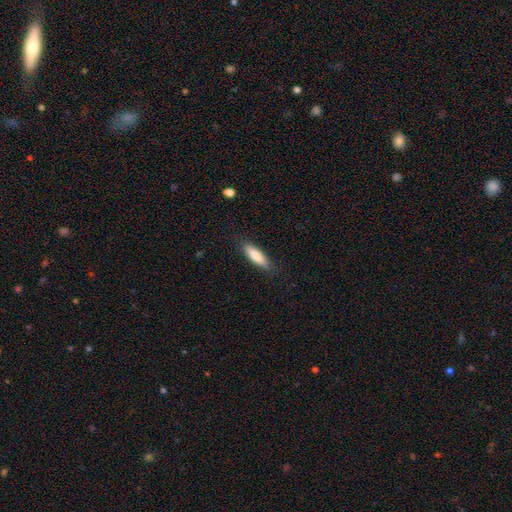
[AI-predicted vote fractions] The model was most divided on "how rounded": cigar-shaped: 60%, in between: 39%, round: 1%. More confident: merging — none (84%); smooth or featured — smooth (81%).